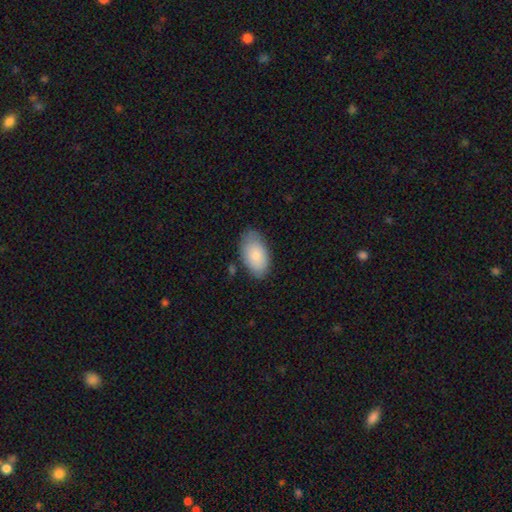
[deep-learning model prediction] Morphology: type=smooth (84%); roundness=in between (95%); merging=none (75%).